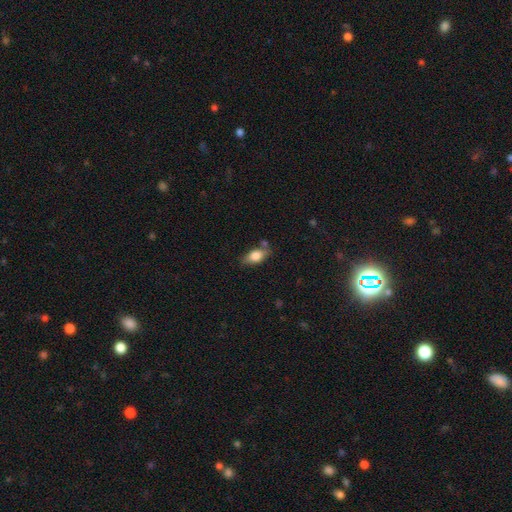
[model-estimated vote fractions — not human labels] Smooth or featured?
  - smooth: 79% *
  - featured or disk: 14%
  - star or artifact: 8%
How rounded?
  - in between: 85% *
  - cigar-shaped: 8%
  - round: 7%
Merging?
  - none: 68% *
  - minor disturbance: 20%
  - merger: 8%
  - major disturbance: 5%